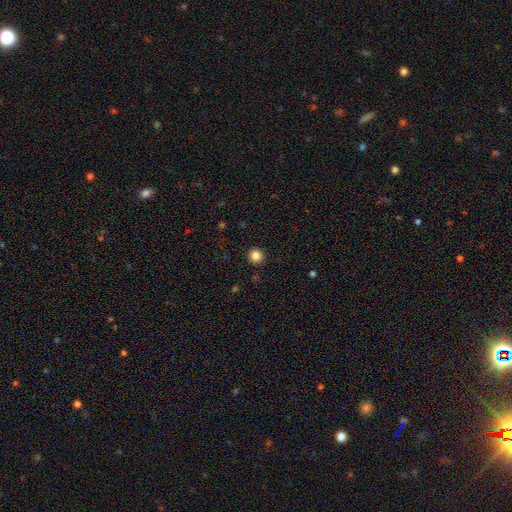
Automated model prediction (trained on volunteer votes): Overall: smooth (84%). How rounded: round (94%). Merging: none (92%).